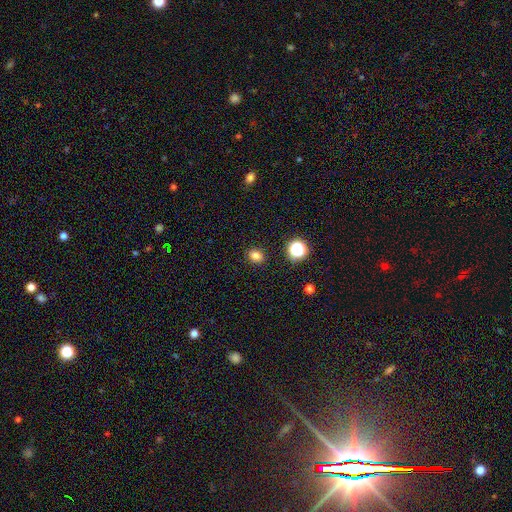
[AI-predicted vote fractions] Overall: smooth (80%). How rounded: round (51%; in between 48%). Merging: none (89%).